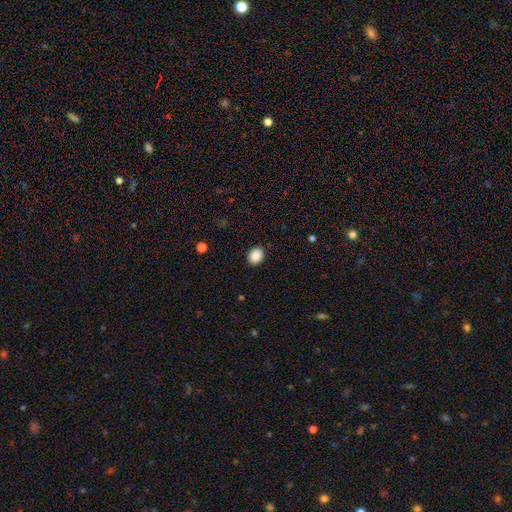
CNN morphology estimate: smooth 89%, star or artifact 8%, featured or disk 3%. Down the decision tree: how rounded — in between (60%); merging — none (89%).